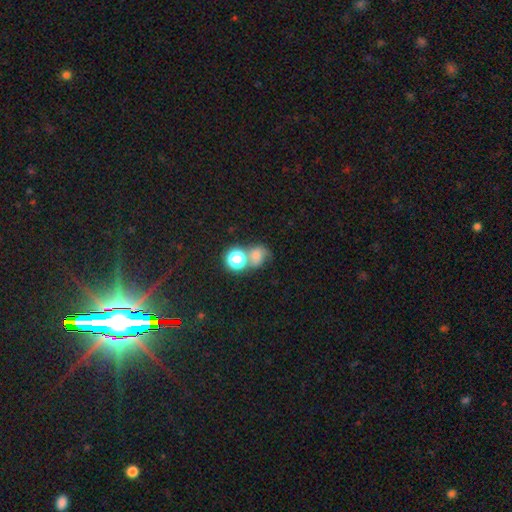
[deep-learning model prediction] Morphology: type=smooth (59%); roundness=round (65%); merging=none (37%).